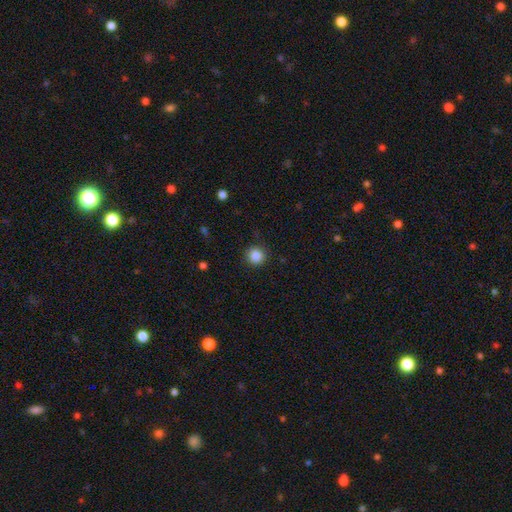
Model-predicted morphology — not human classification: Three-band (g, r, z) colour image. It shows a smooth galaxy with no disk features (86%) that is round (93%). Merging: none (89%).